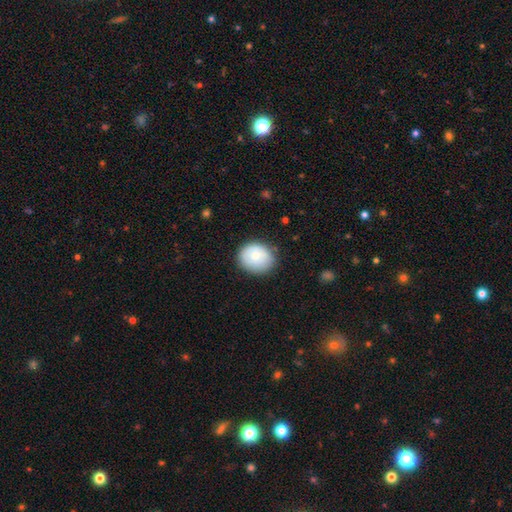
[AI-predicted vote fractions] Morphology: type=smooth (76%); roundness=round (69%); merging=none (80%).